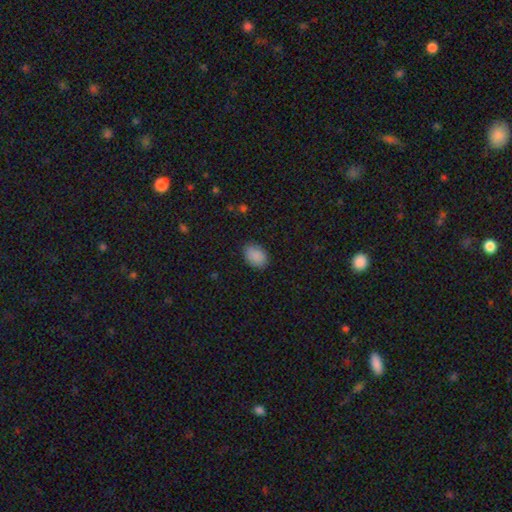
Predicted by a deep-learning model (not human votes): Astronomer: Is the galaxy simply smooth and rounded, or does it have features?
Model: smooth — 89%.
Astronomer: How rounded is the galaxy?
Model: in between — 83%.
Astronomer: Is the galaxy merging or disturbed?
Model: none — 86%.